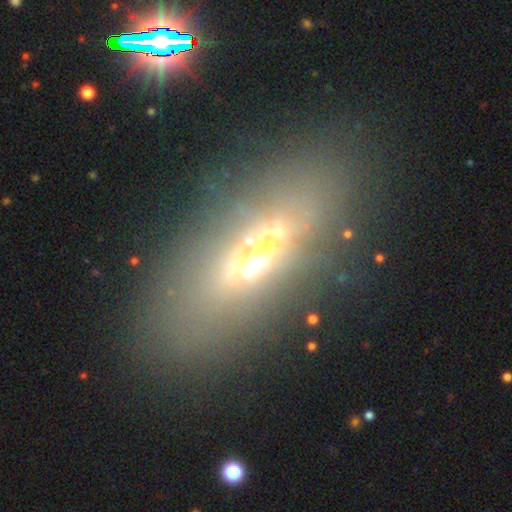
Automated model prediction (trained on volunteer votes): smooth_or_featured: featured or disk (p=0.45) [alt: smooth p=0.33]
merging: none (p=0.66) [alt: minor disturbance p=0.15]